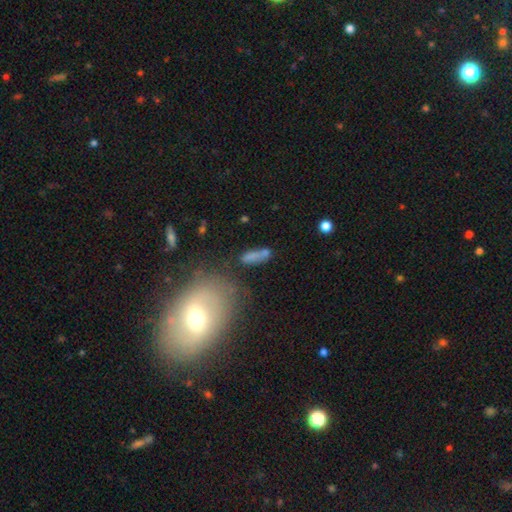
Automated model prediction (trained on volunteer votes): A smooth galaxy with no disk features (69%) that is in between round and cigar-shaped (47%).

Vote fractions:
- Smooth or featured? smooth: 69% / featured or disk: 17% / star or artifact: 14%
- How rounded? in between: 47% / cigar-shaped: 46% / round: 8%
- Merging? none: 60% / minor disturbance: 18% / merger: 12% / major disturbance: 10%